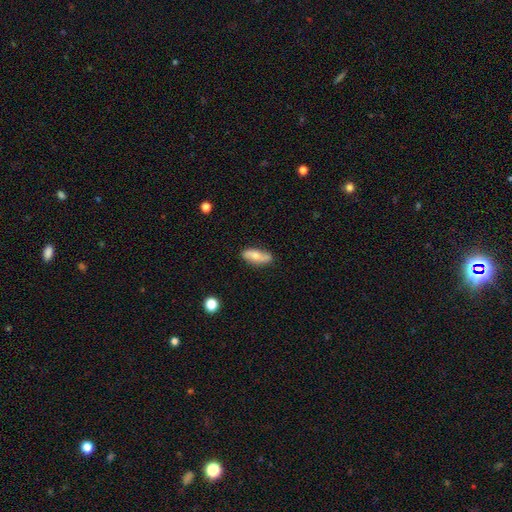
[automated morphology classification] Smooth or featured?
  - smooth: 53% *
  - featured or disk: 40%
  - star or artifact: 6%
How rounded?
  - in between: 69% *
  - cigar-shaped: 28%
  - round: 4%
Merging?
  - none: 77% *
  - minor disturbance: 17%
  - major disturbance: 3%
  - merger: 3%